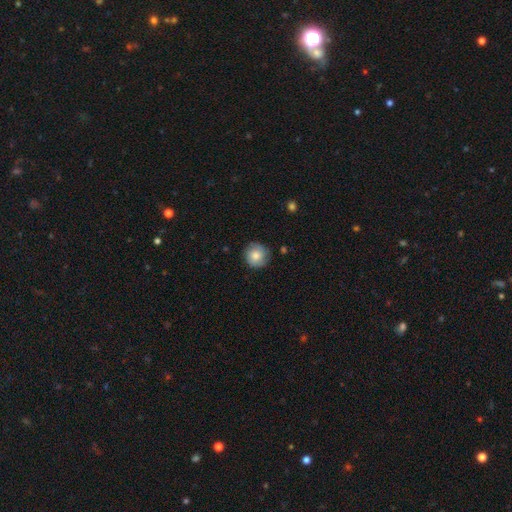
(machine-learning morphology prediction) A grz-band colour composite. It shows a smooth galaxy with no disk features (77%) that is round (93%). Merging: none (81%).